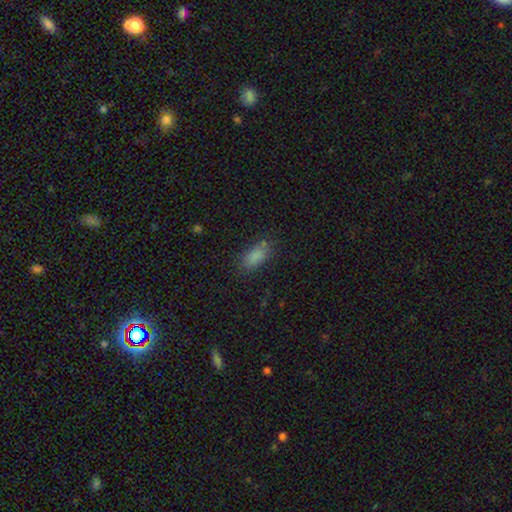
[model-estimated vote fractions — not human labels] Overall: smooth (83%). How rounded: in between (87%). Merging: none (75%).